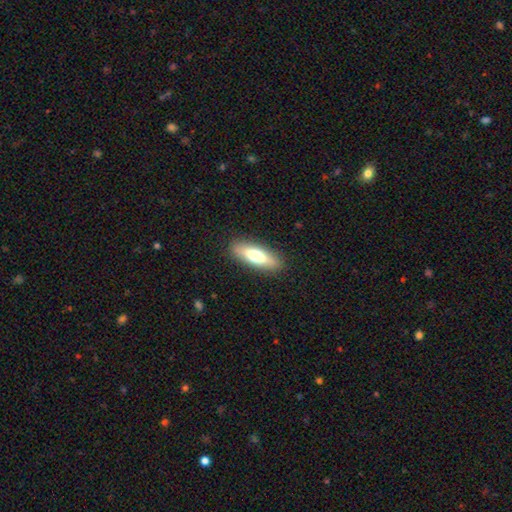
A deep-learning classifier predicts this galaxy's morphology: smooth_or_featured: smooth (p=0.67) [alt: featured or disk p=0.26]
how_rounded: in between (p=0.51) [alt: cigar-shaped p=0.46]
merging: none (p=0.88) [alt: minor disturbance p=0.08]